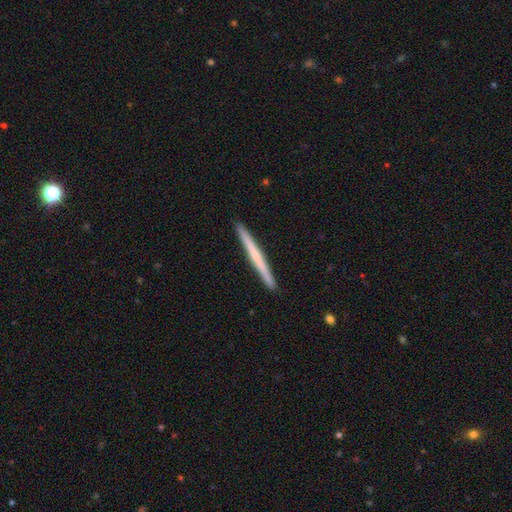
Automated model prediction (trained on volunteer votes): Q: Smooth or featured?
A: smooth (49%); runner-up: featured or disk (45%)
Q: Merging?
A: none (93%); runner-up: minor disturbance (5%)